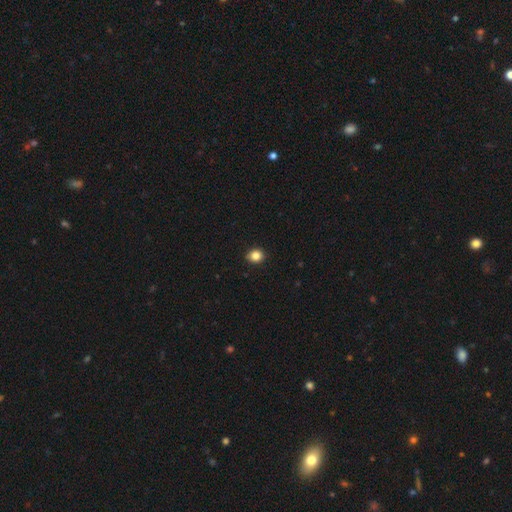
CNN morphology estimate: smooth 85%, star or artifact 11%, featured or disk 4%. Down the decision tree: how rounded — round (72%); merging — none (91%).